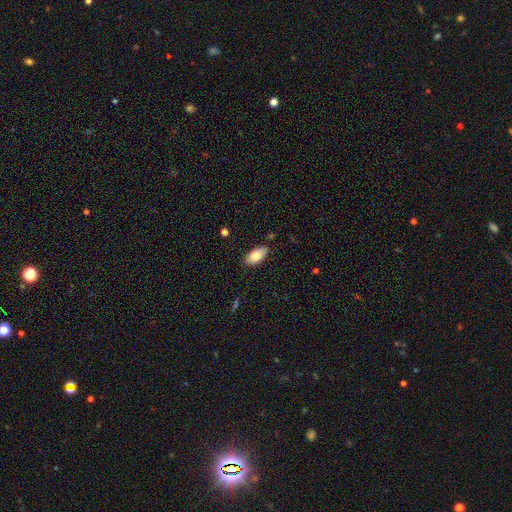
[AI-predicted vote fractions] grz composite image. It shows a smooth galaxy with no disk features (83%) that is in between round and cigar-shaped (93%). Merging: none (82%).